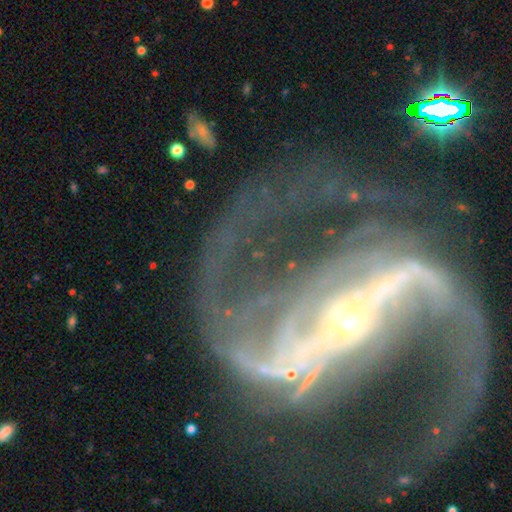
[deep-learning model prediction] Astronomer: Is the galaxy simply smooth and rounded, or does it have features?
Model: featured or disk — 88%.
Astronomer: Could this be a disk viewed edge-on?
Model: no — 96%.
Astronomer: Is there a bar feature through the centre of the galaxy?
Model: strong — 57%.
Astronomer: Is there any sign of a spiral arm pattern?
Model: yes — 91%.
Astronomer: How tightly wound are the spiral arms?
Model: loose — 45% (runner-up: medium, 37%).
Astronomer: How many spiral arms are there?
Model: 2 — 55%.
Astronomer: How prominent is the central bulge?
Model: small — 63%.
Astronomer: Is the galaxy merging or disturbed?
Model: major disturbance — 43% (runner-up: none, 33%).